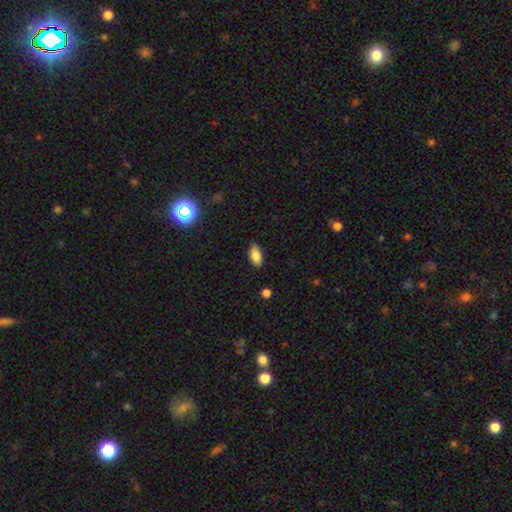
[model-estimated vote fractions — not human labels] Smooth or featured?
  - smooth: 84% *
  - star or artifact: 9%
  - featured or disk: 7%
How rounded?
  - in between: 93% *
  - round: 4%
  - cigar-shaped: 3%
Merging?
  - none: 82% *
  - minor disturbance: 14%
  - major disturbance: 2%
  - merger: 1%